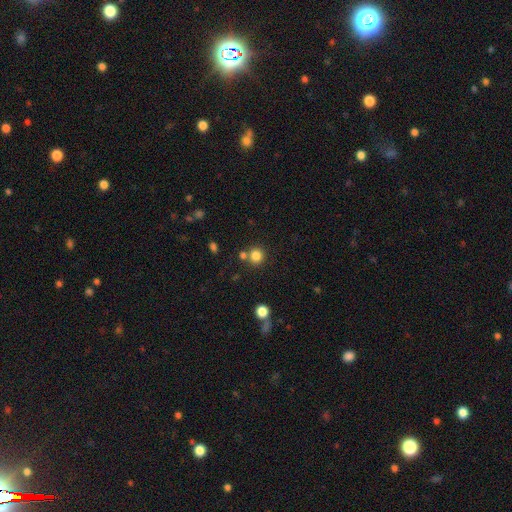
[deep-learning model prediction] Smooth or featured?
  - smooth: 82% *
  - star or artifact: 13%
  - featured or disk: 5%
How rounded?
  - round: 91% *
  - in between: 8%
  - cigar-shaped: 1%
Merging?
  - none: 73% *
  - merger: 16%
  - minor disturbance: 8%
  - major disturbance: 3%